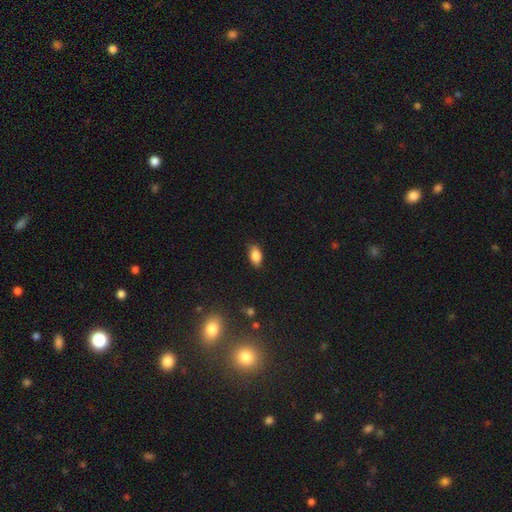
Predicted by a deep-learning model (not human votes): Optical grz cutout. It shows a smooth galaxy with no disk features (84%) that is in between round and cigar-shaped (90%). Merging: none (81%).